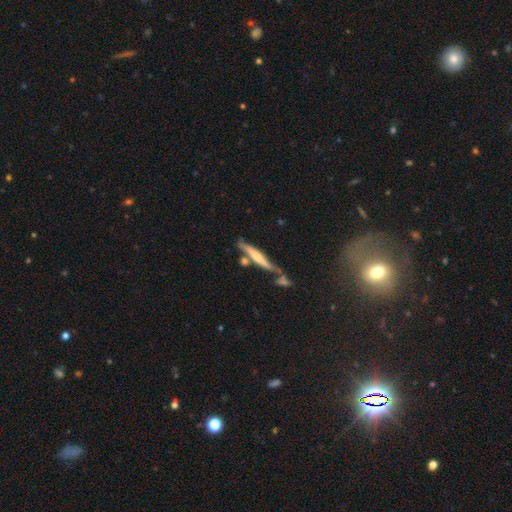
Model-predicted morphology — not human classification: smooth-or-featured: featured or disk: 60% | smooth: 31% | star or artifact: 9%
  disk-edge-on: yes: 93% | no: 7%
    edge-on-bulge: rounded: 53% | none: 30% | boxy: 16%
  merging: none: 62% | merger: 17% | minor disturbance: 16% | major disturbance: 5%